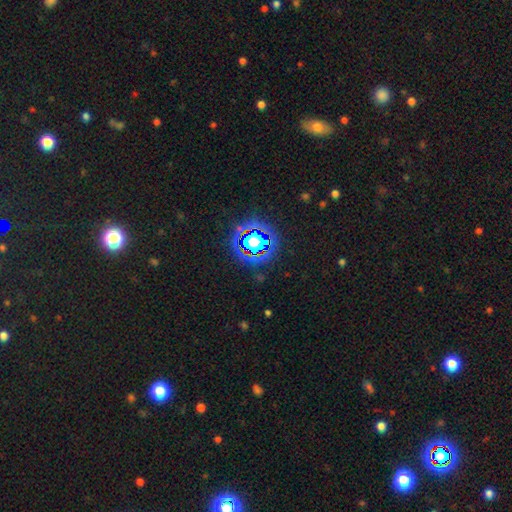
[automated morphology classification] A star or artifact, not a galaxy (80%).

Vote fractions:
- Smooth or featured? star or artifact: 80% / smooth: 12% / featured or disk: 8%